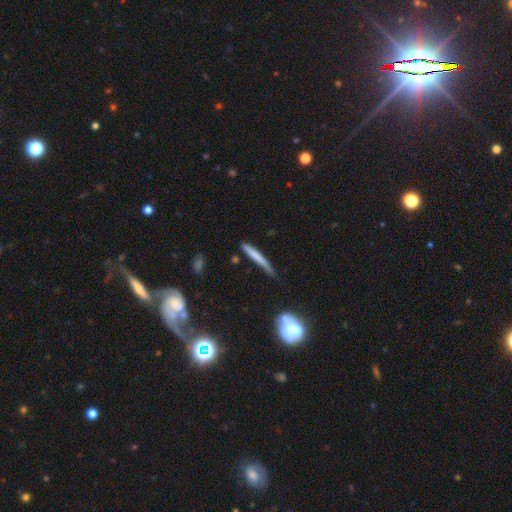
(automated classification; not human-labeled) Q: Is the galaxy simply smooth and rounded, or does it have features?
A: smooth — 68%.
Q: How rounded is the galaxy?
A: cigar-shaped — 95%.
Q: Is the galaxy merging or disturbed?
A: none — 61%.